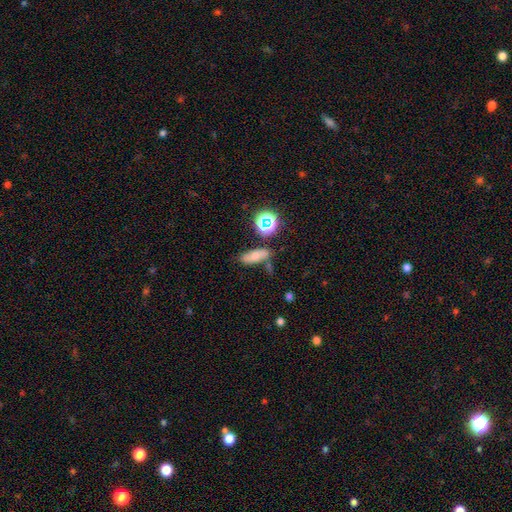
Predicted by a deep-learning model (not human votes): smooth-or-featured: smooth: 66% | featured or disk: 18% | star or artifact: 16%
  how-rounded: in between: 58% | cigar-shaped: 33% | round: 9%
  merging: none: 66% | minor disturbance: 17% | merger: 11% | major disturbance: 6%